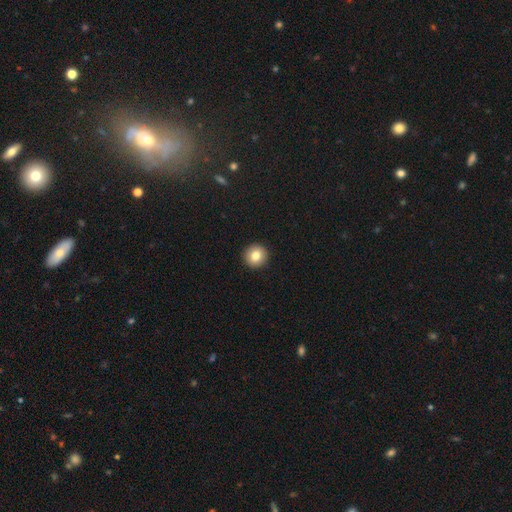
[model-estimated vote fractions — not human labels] The model was most divided on "smooth or featured": smooth: 82%, star or artifact: 9%, featured or disk: 8%. More confident: how rounded — round (94%); merging — none (93%).